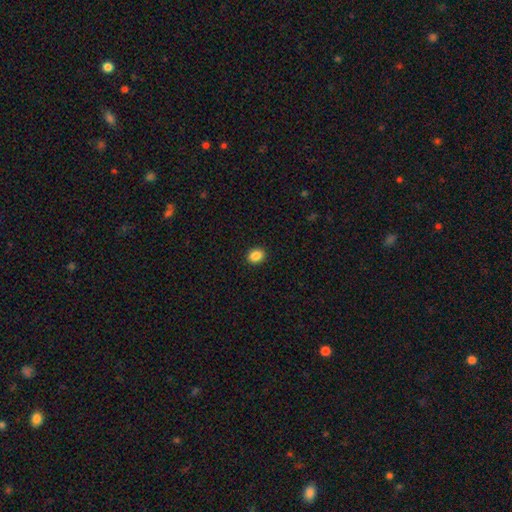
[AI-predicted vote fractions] A smooth galaxy with no disk features (88%) that is round (58%). Merging: none (92%).